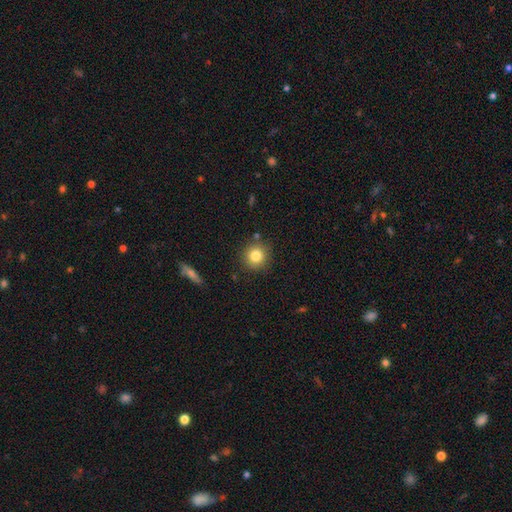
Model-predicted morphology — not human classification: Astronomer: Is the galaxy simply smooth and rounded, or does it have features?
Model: smooth — 81%.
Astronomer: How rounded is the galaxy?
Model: round — 92%.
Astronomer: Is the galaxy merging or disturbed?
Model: none — 86%.